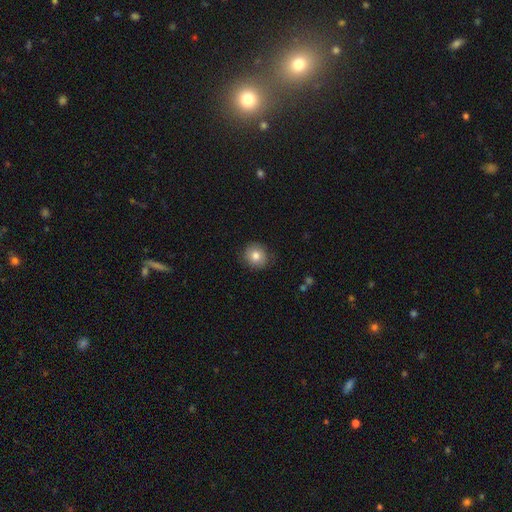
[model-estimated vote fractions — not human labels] smooth 79%, featured or disk 12%, star or artifact 9%. Down the decision tree: how rounded — round (87%); merging — none (85%).